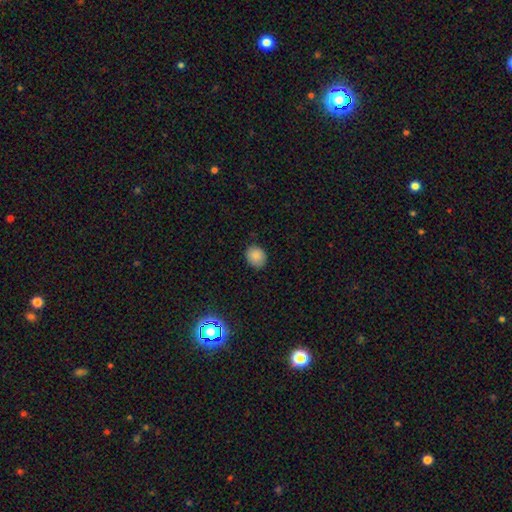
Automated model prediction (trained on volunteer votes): Overall: smooth (84%). How rounded: round (65%; in between 34%). Merging: none (85%).